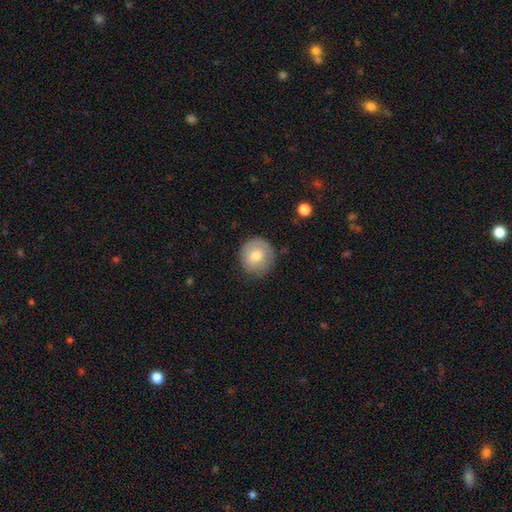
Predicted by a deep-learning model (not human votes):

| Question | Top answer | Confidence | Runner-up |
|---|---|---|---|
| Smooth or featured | smooth | 74% | featured or disk (19%) |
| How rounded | round | 92% | in between (7%) |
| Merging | none | 84% | minor disturbance (12%) |